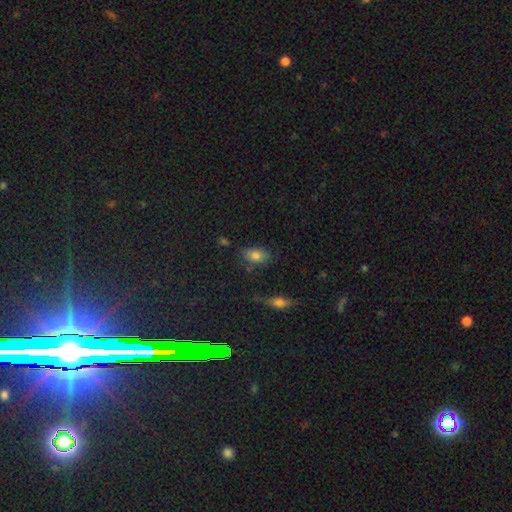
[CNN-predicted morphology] smooth_or_featured: smooth (p=0.79) [alt: star or artifact p=0.11]
how_rounded: in between (p=0.86) [alt: round p=0.11]
merging: none (p=0.73) [alt: minor disturbance p=0.18]